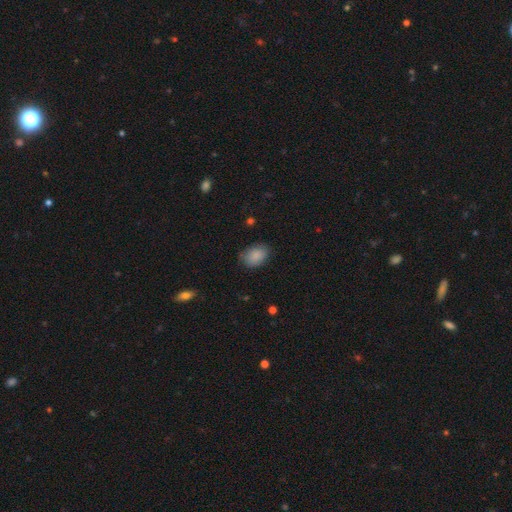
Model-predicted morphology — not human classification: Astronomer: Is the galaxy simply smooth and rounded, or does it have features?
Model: smooth — 87%.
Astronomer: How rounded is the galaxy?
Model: in between — 81%.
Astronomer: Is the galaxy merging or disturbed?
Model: none — 76%.